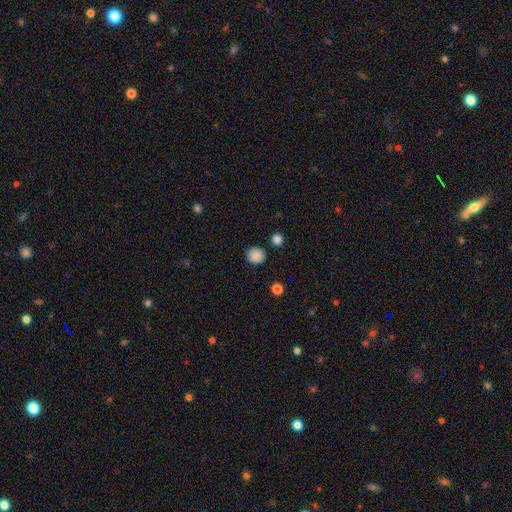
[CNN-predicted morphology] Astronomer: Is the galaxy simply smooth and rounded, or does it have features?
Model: smooth — 86%.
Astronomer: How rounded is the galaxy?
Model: round — 87%.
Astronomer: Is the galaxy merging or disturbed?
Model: none — 86%.